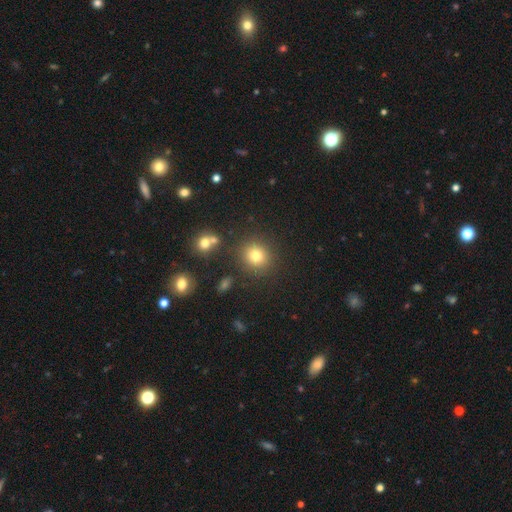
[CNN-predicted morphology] Overall: smooth (79%). How rounded: round (85%). Merging: none (84%).